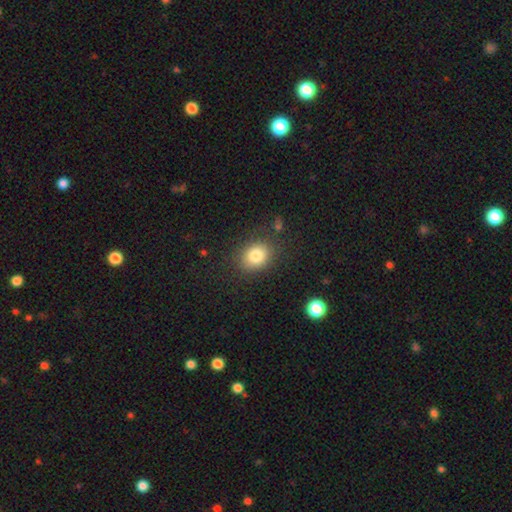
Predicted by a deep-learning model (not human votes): A smooth galaxy with no disk features (81%) that is round (55%). Merging: none (82%).